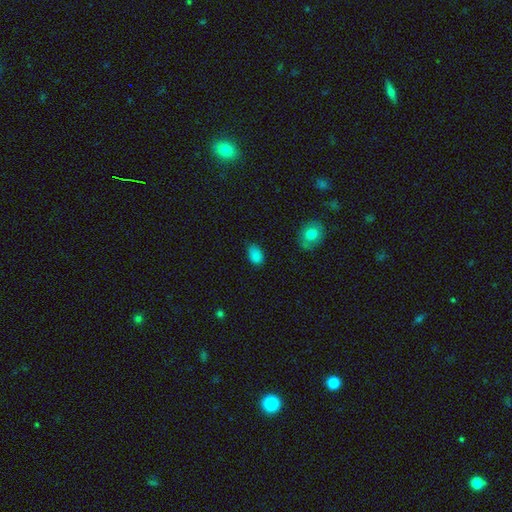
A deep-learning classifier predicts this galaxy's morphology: Smooth or featured? smooth (85%)
How rounded? in between (88%)
Merging? none (76%)